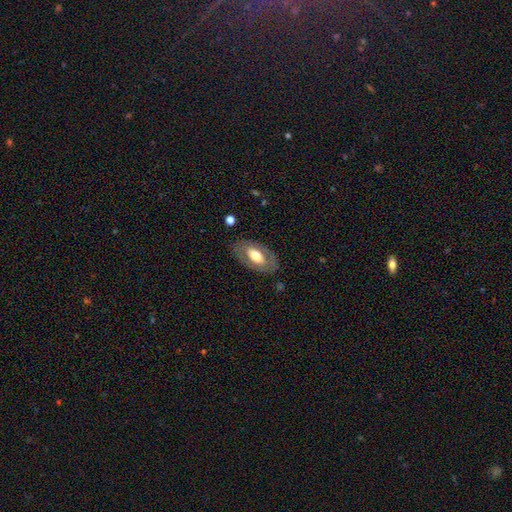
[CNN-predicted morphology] smooth 51%, featured or disk 43%, star or artifact 6%. Down the decision tree: how rounded — in between (93%); merging — none (81%).